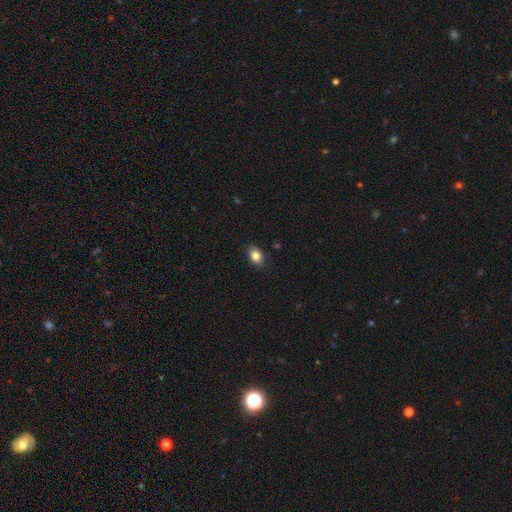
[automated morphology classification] Smooth or featured: smooth — 83% (star or artifact — 9%)
How rounded: in between — 80% (round — 19%)
Merging: none — 84% (minor disturbance — 13%)